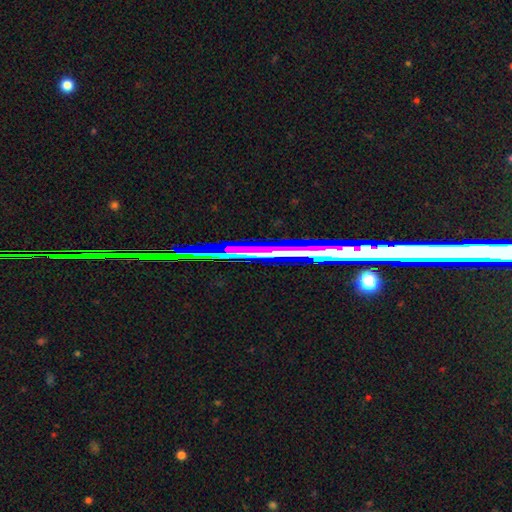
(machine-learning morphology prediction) A star or artifact, not a galaxy (55%).

Vote fractions:
- Smooth or featured? star or artifact: 55% / featured or disk: 33% / smooth: 13%